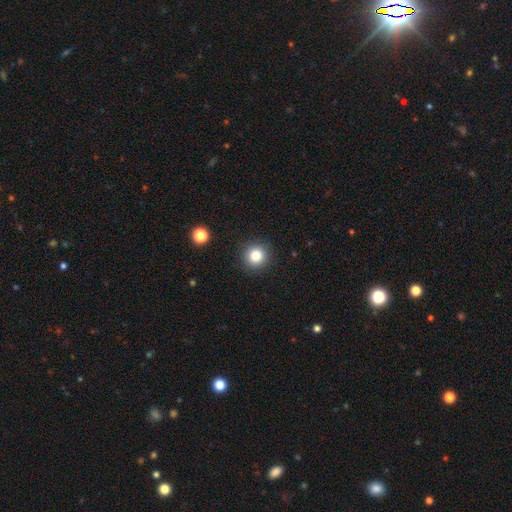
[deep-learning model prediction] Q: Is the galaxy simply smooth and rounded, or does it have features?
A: smooth — 82%.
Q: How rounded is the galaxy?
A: round — 94%.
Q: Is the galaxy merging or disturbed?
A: none — 90%.